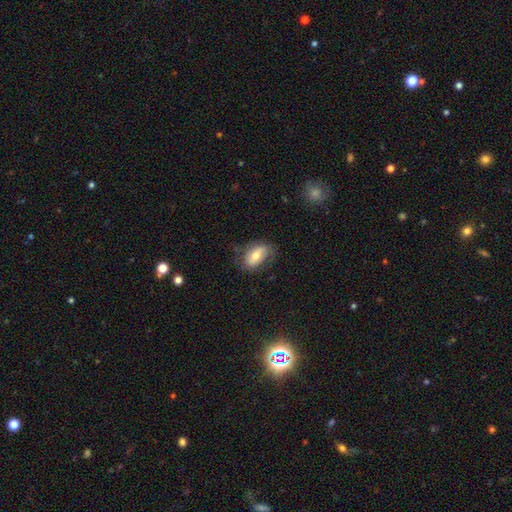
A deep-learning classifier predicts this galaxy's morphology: Overall: smooth (59%; featured or disk 34%). How rounded: in between (89%). Merging: none (67%).